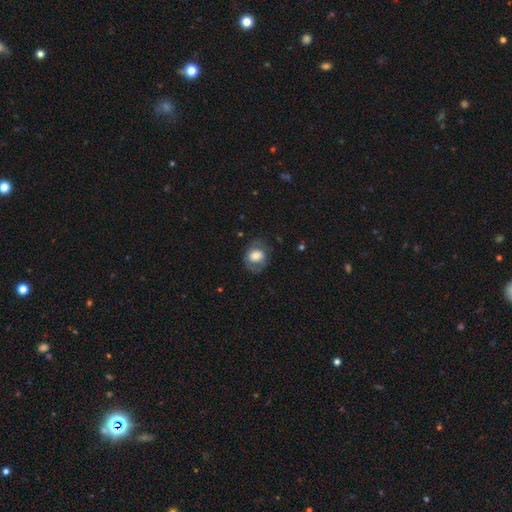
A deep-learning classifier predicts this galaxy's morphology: The model was most divided on "how rounded": in between: 51%, round: 48%, cigar-shaped: 1%. More confident: merging — none (64%); smooth or featured — smooth (56%).